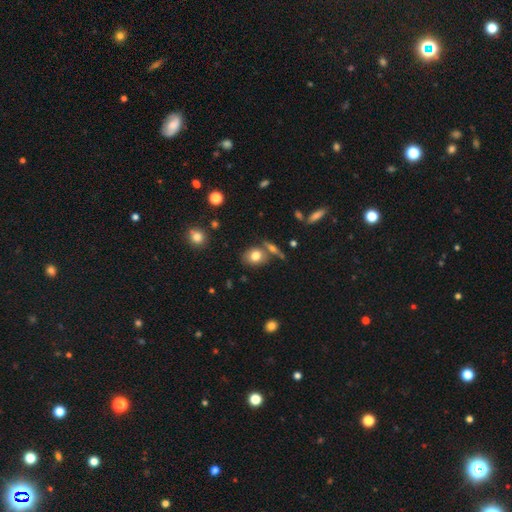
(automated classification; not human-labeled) smooth_or_featured: smooth (p=0.75) [alt: featured or disk p=0.14]
how_rounded: round (p=0.53) [alt: in between p=0.45]
merging: none (p=0.64) [alt: merger p=0.19]